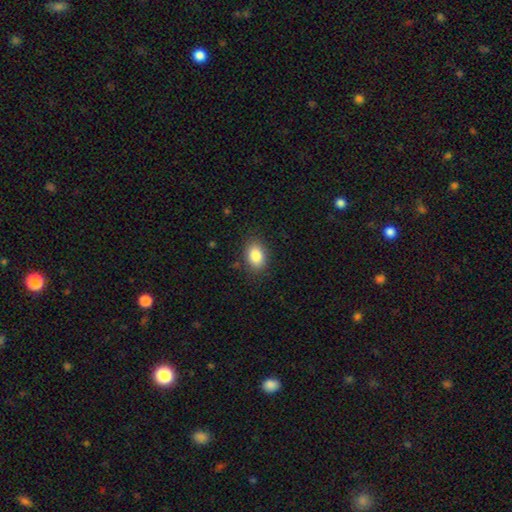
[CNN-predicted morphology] The model was most divided on "how rounded": in between: 80%, round: 19%, cigar-shaped: 1%. More confident: merging — none (85%); smooth or featured — smooth (85%).